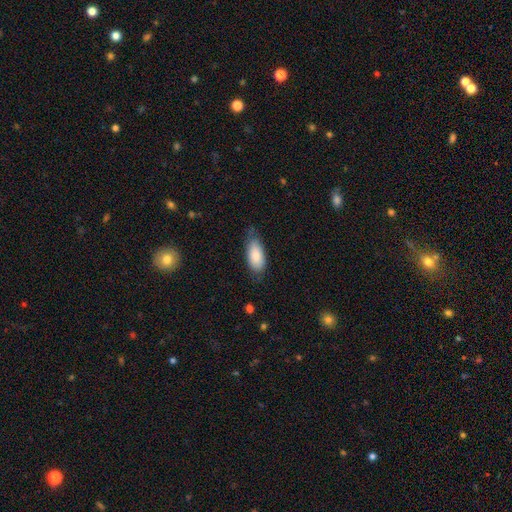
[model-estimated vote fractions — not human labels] A smooth galaxy with no disk features (82%) that is in between round and cigar-shaped (89%). Merging: none (66%).